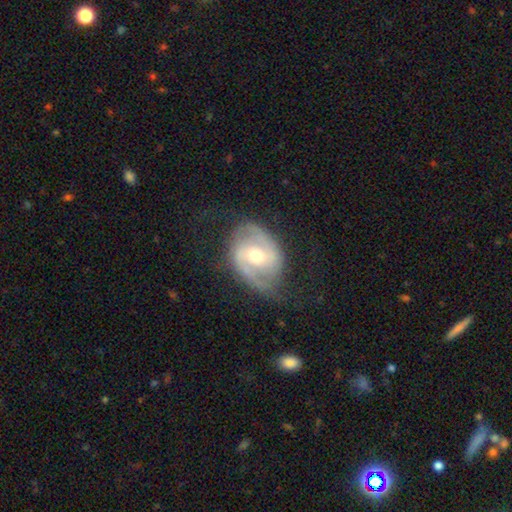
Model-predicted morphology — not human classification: Overall: featured or disk (84%). Edge-on disk: no (97%). Bar: weak (44%; no 40%). Spiral arms: yes (94%). Spiral arm count: 2 (85%). Spiral winding: medium (47%; tight 37%). Bulge size: moderate (72%). Merging: none (68%).